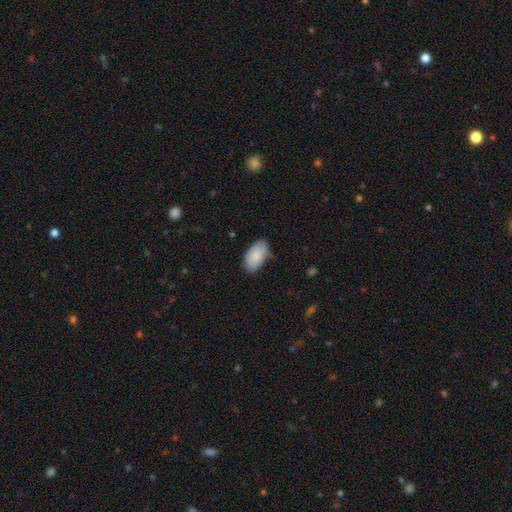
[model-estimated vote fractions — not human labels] A smooth galaxy with no disk features (87%) that is in between round and cigar-shaped (95%). Merging: none (76%).